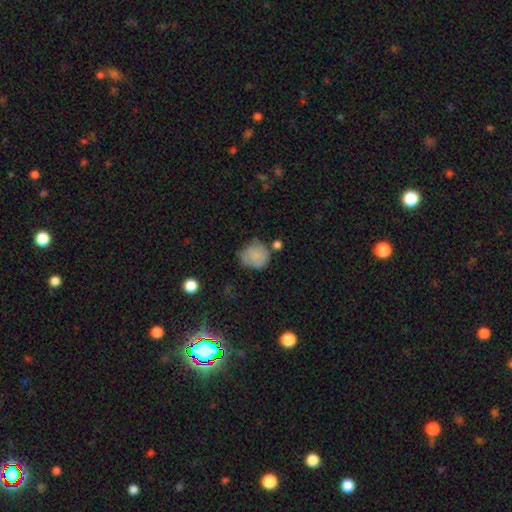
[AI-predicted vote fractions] Overall: smooth (77%). How rounded: round (83%). Merging: none (47%; minor disturbance 33%).